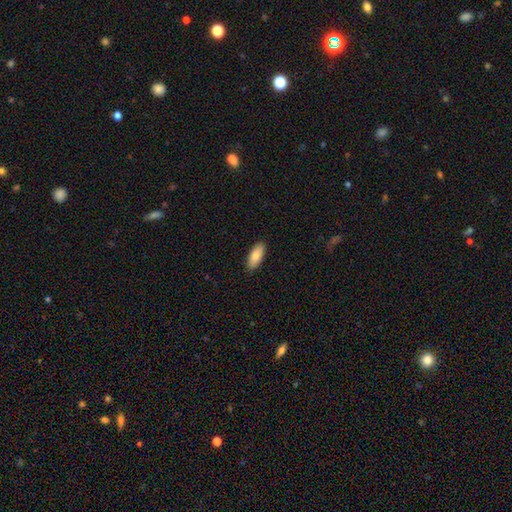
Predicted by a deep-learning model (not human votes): This is clearly a smooth galaxy (83%). How rounded: clearly in between (83%). Merging: clearly none (90%).